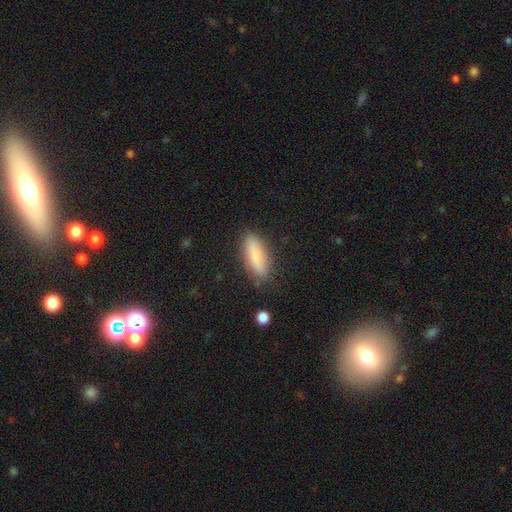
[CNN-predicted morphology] The model was most divided on "how rounded": in between: 54%, cigar-shaped: 44%, round: 2%. More confident: merging — none (83%); smooth or featured — smooth (81%).